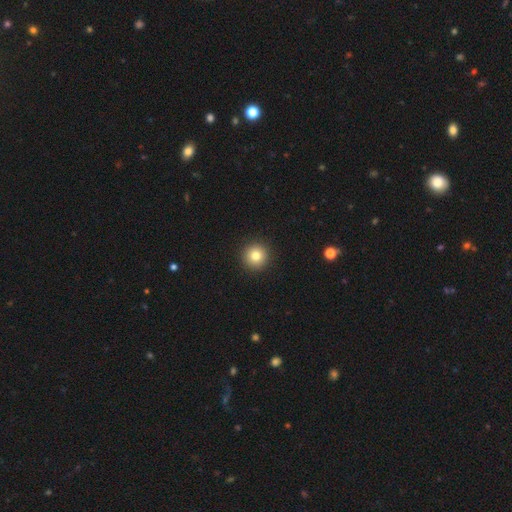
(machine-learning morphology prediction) Smooth or featured?
  - smooth: 81% *
  - star or artifact: 11%
  - featured or disk: 8%
How rounded?
  - round: 96% *
  - in between: 3%
  - cigar-shaped: 1%
Merging?
  - none: 94% *
  - minor disturbance: 4%
  - major disturbance: 2%
  - merger: 1%